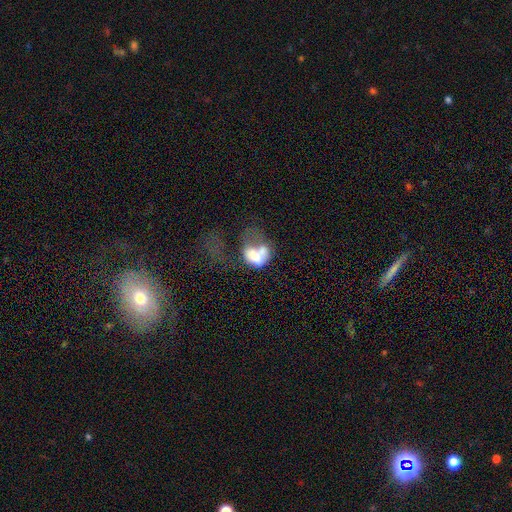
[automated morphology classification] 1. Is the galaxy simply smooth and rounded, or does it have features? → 53% smooth, 36% featured or disk, 11% star or artifact.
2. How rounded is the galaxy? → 78% in between, 20% round, 2% cigar-shaped.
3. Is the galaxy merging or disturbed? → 42% major disturbance, 37% merger, 10% none, 10% minor disturbance.